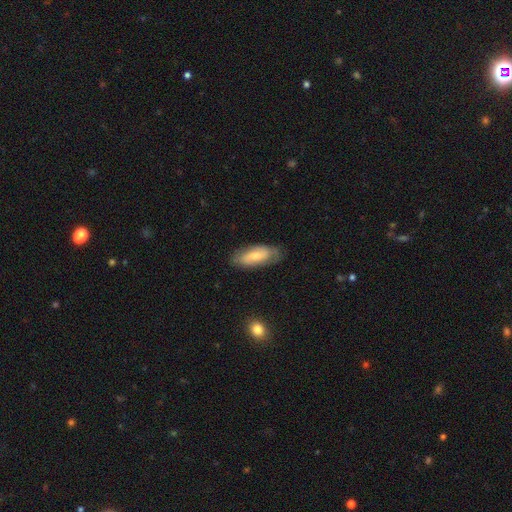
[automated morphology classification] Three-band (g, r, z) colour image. It shows a smooth galaxy with no disk features (57%) that is in between round and cigar-shaped (82%). Merging: none (77%).